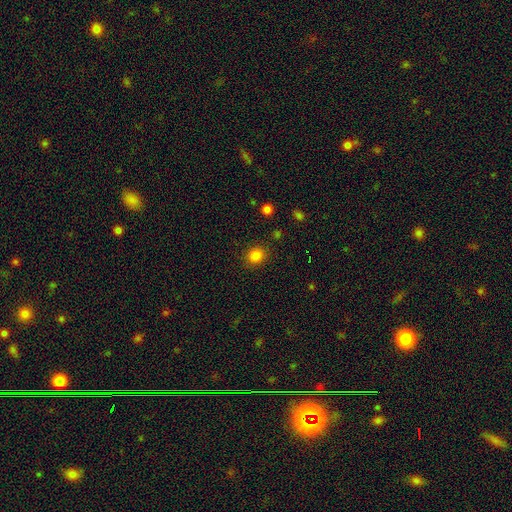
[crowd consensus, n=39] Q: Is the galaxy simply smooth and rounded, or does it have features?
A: smooth — 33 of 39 (85%).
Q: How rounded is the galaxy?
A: round — 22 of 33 (67%).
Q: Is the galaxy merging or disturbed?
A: none — 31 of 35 (89%).